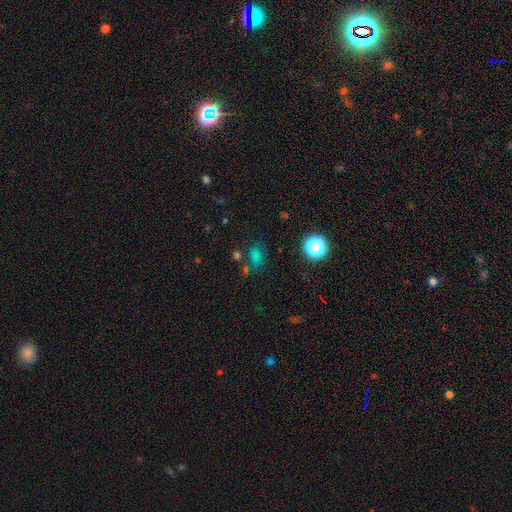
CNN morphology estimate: Smooth or featured?
  - smooth: 68% *
  - star or artifact: 26%
  - featured or disk: 6%
How rounded?
  - in between: 67% *
  - round: 31%
  - cigar-shaped: 2%
Merging?
  - none: 71% *
  - minor disturbance: 15%
  - merger: 8%
  - major disturbance: 6%